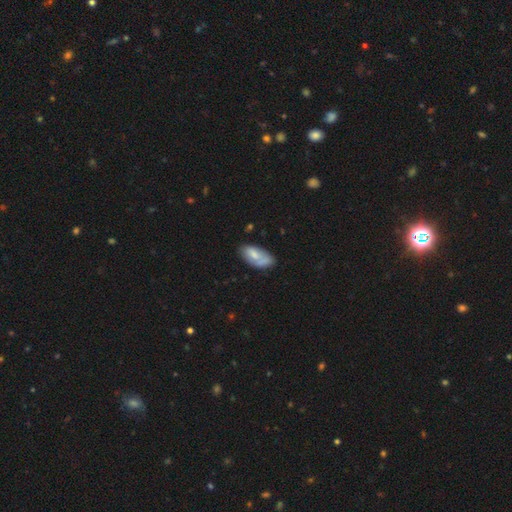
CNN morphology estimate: Q: Smooth or featured?
A: smooth (68%); runner-up: featured or disk (26%)
Q: How rounded?
A: in between (91%); runner-up: cigar-shaped (7%)
Q: Merging?
A: none (53%); runner-up: minor disturbance (28%)